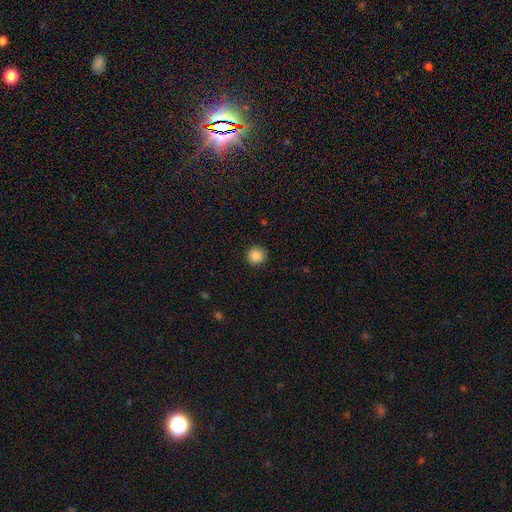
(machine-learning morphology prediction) A smooth galaxy with no disk features (88%) that is round (93%).

Vote fractions:
- Smooth or featured? smooth: 88% / star or artifact: 10% / featured or disk: 3%
- How rounded? round: 93% / in between: 6% / cigar-shaped: 1%
- Merging? none: 89% / minor disturbance: 8% / major disturbance: 2% / merger: 1%